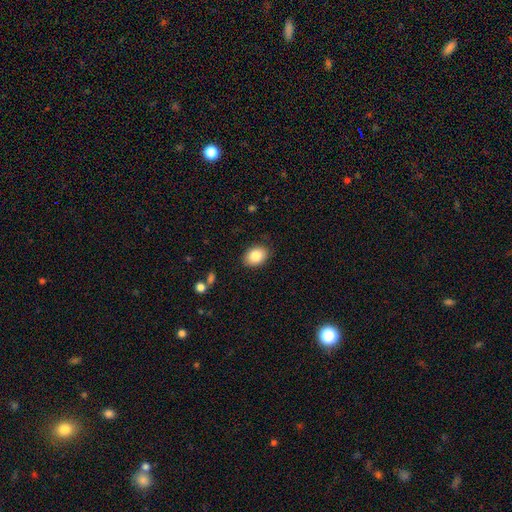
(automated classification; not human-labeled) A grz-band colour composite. It shows a smooth galaxy with no disk features (85%) that is in between round and cigar-shaped (76%). Merging: none (87%).